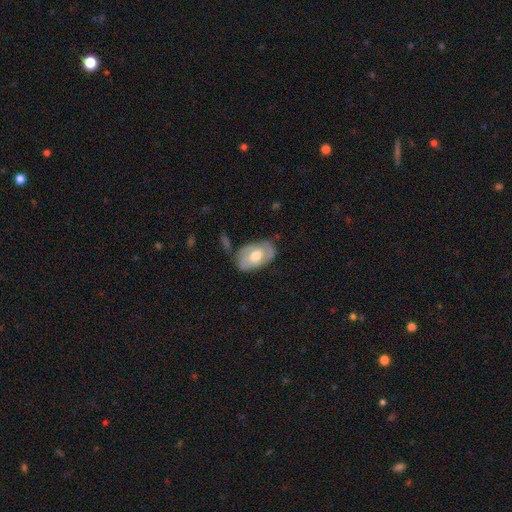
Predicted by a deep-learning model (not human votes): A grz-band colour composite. It shows a smooth galaxy with no disk features (49%). Merging: none (66%).